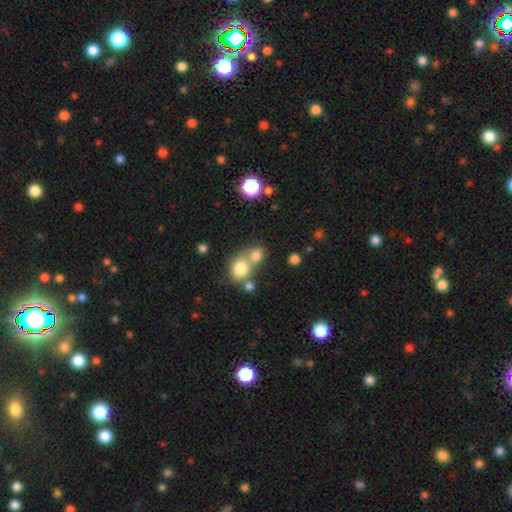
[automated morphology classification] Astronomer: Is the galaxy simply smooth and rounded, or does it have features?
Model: smooth — 77%.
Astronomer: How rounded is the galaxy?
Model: round — 74%.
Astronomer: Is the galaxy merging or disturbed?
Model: merger — 50% (runner-up: none, 39%).